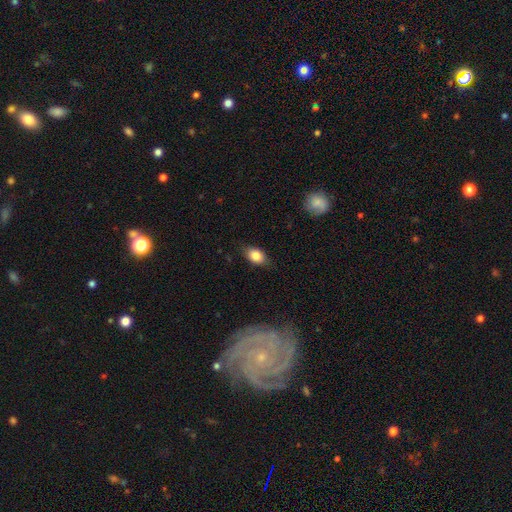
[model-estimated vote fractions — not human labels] Smooth or featured: smooth — 82% (featured or disk — 10%)
How rounded: in between — 80% (round — 17%)
Merging: none — 80% (minor disturbance — 16%)